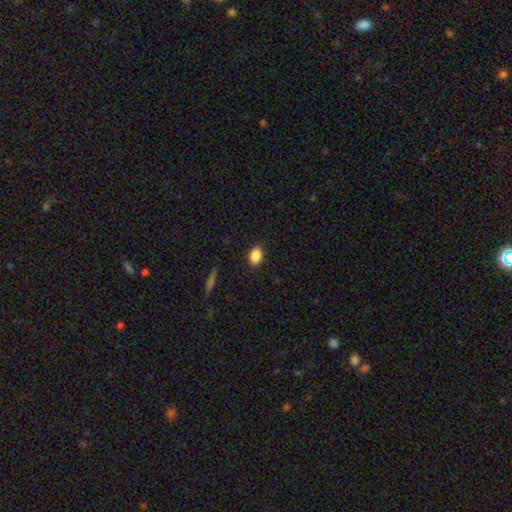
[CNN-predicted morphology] This is clearly a smooth galaxy (87%). How rounded: clearly in between (84%). Merging: clearly none (87%).